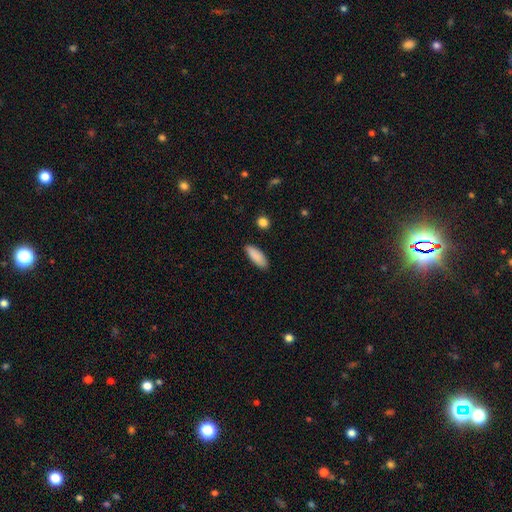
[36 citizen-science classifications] This appears to be a smooth galaxy with no disk features (83%) that is in between round and cigar-shaped (70%). Merging: none (76%).